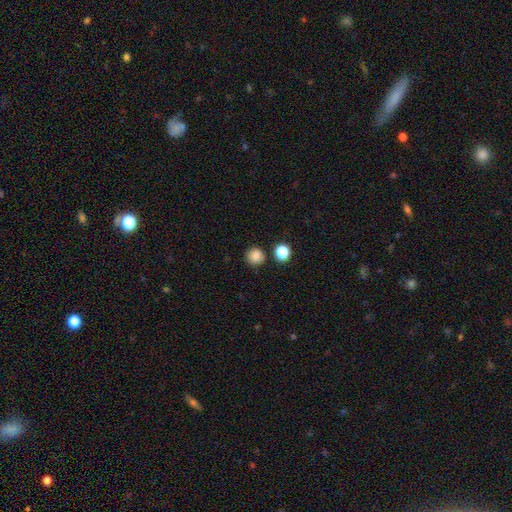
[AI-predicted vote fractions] Q: Smooth or featured?
A: smooth (83%); runner-up: star or artifact (12%)
Q: How rounded?
A: round (93%); runner-up: in between (6%)
Q: Merging?
A: none (85%); runner-up: minor disturbance (8%)